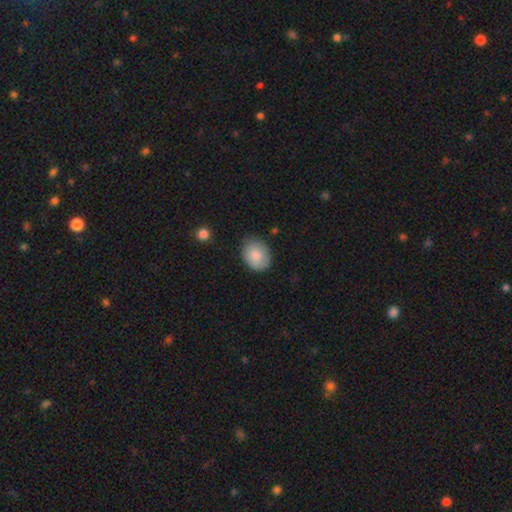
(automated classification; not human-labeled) smooth_or_featured: smooth (p=0.85) [alt: featured or disk p=0.09]
how_rounded: in between (p=0.57) [alt: round p=0.42]
merging: none (p=0.75) [alt: minor disturbance p=0.20]